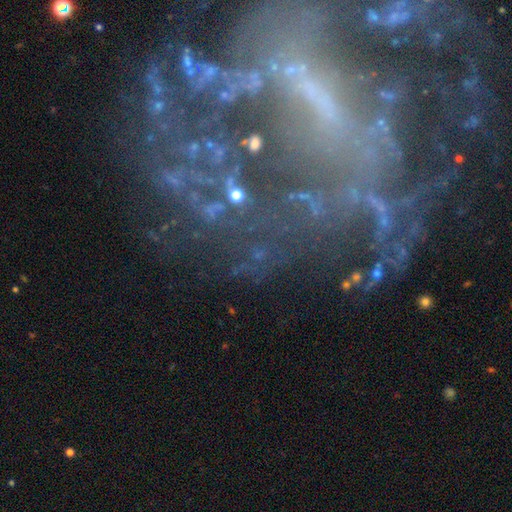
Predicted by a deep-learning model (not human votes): smooth-or-featured: featured or disk: 71% | star or artifact: 19% | smooth: 10%
  disk-edge-on: no: 94% | yes: 6%
    bar: strong: 37% | no: 33% | weak: 30%
    has-spiral-arms: yes: 64% | no: 36%
    bulge-size: small: 38% | none: 34% | moderate: 21% | large: 4% | dominant: 2%
  merging: none: 56% | major disturbance: 24% | minor disturbance: 15% | merger: 5%